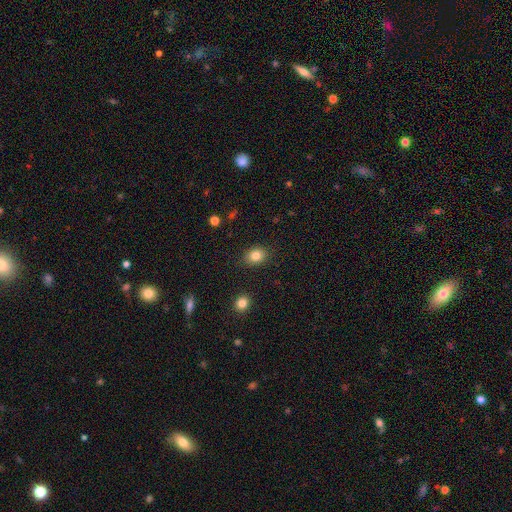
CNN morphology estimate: This is clearly a smooth galaxy (83%). How rounded: possibly in between (55%). Merging: clearly none (85%).